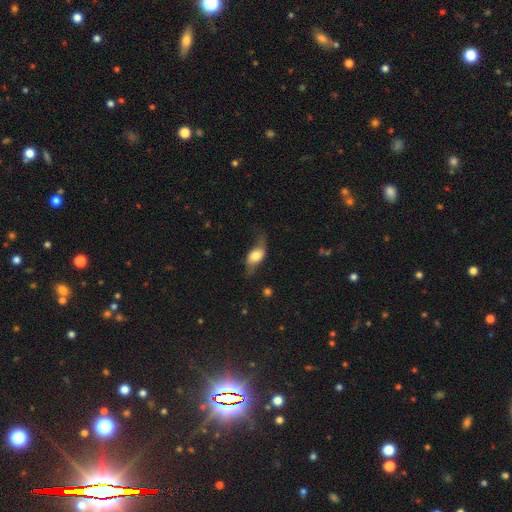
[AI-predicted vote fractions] Overall: smooth (54%; featured or disk 38%). How rounded: in between (81%). Merging: none (53%; minor disturbance 28%).